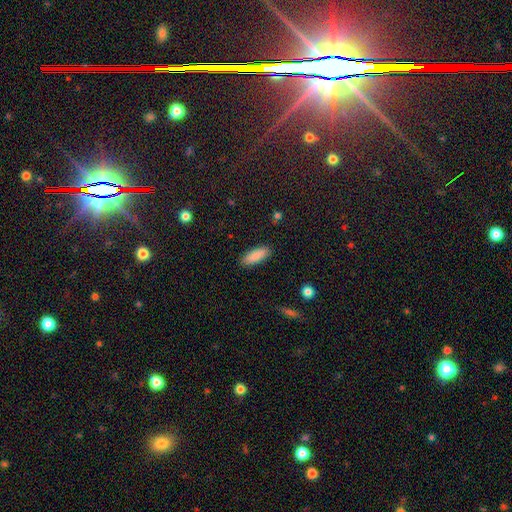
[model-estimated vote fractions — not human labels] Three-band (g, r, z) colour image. It shows a smooth galaxy with no disk features (88%) that is in between round and cigar-shaped (67%). Merging: none (89%).